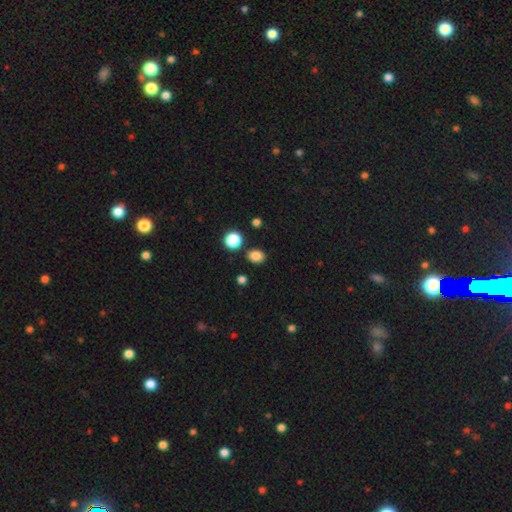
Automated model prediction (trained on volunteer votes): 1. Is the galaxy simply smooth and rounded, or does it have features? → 84% smooth, 12% star or artifact, 4% featured or disk.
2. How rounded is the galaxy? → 50% in between, 49% round, 1% cigar-shaped.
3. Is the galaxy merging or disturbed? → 83% none, 9% minor disturbance, 5% merger, 3% major disturbance.